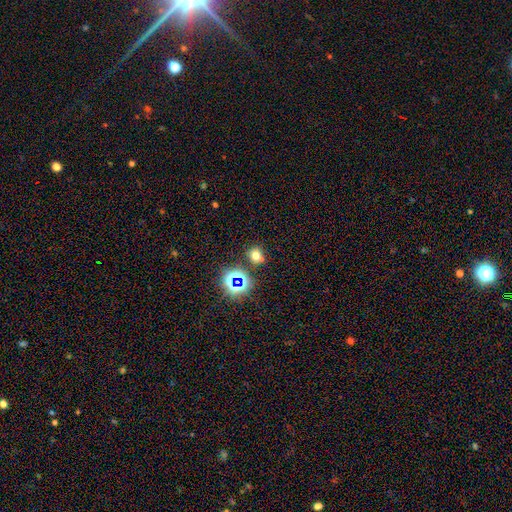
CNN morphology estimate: smooth 63%, star or artifact 28%, featured or disk 9%. Down the decision tree: how rounded — round (76%); merging — none (71%).